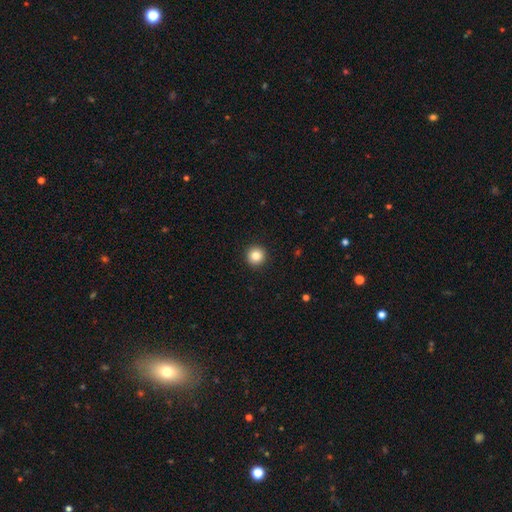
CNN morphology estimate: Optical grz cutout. It shows a smooth galaxy with no disk features (85%) that is round (96%). Merging: none (93%).